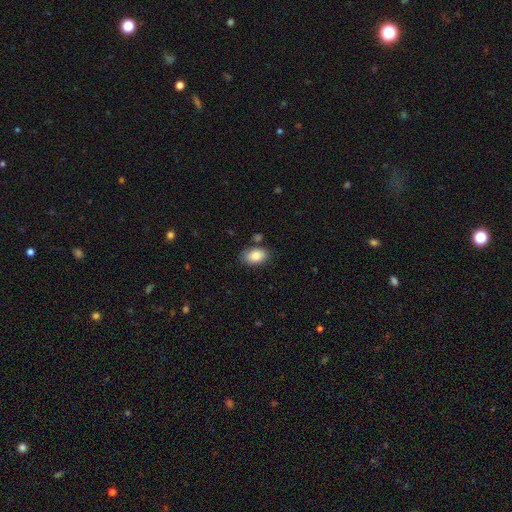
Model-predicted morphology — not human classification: The model was most divided on "merging": none: 78%, minor disturbance: 13%, merger: 5%, major disturbance: 3%. More confident: how rounded — in between (90%); smooth or featured — smooth (84%).